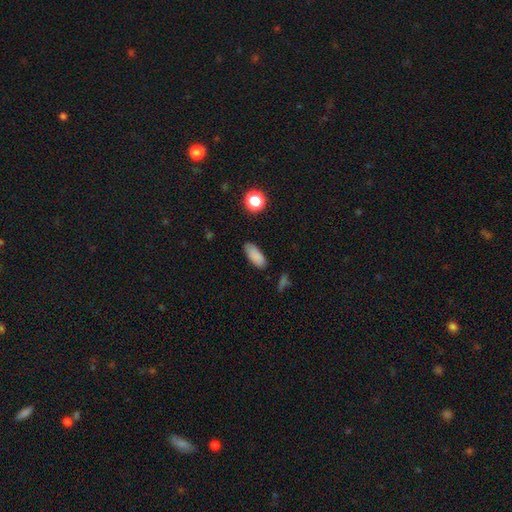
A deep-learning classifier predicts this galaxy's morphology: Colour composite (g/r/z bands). It shows a smooth galaxy with no disk features (84%) that is in between round and cigar-shaped (83%). Merging: none (81%).